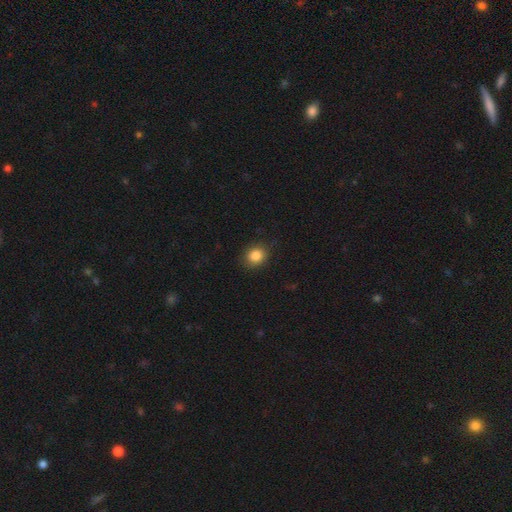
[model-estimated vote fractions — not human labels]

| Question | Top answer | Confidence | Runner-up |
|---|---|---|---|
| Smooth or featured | smooth | 85% | star or artifact (10%) |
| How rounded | round | 71% | in between (28%) |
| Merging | none | 86% | minor disturbance (11%) |